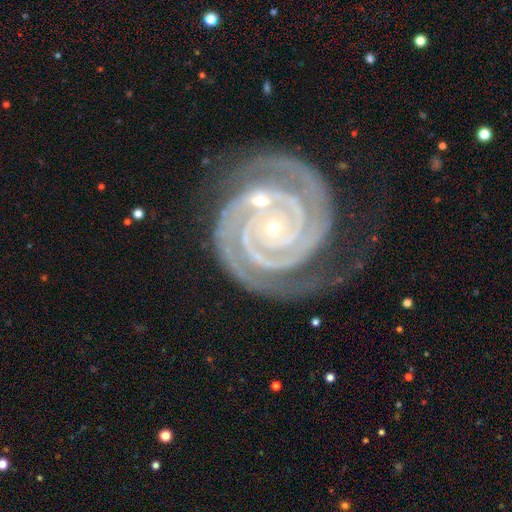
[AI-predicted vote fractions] featured or disk 93%, star or artifact 5%, smooth 2%. Down the decision tree: edge-on disk — no (98%); bar — no (64%); spiral arms — yes (99%); spiral arm count — 2 (70%); spiral winding — tight (89%); bulge size — small (85%); merging — none (73%).